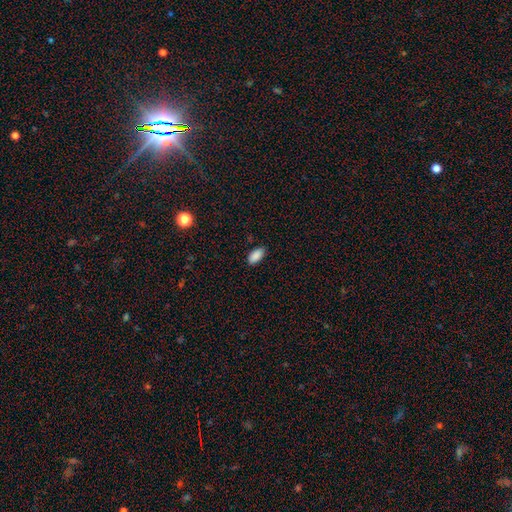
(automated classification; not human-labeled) smooth 89%, star or artifact 8%, featured or disk 4%. Down the decision tree: how rounded — in between (93%); merging — none (85%).